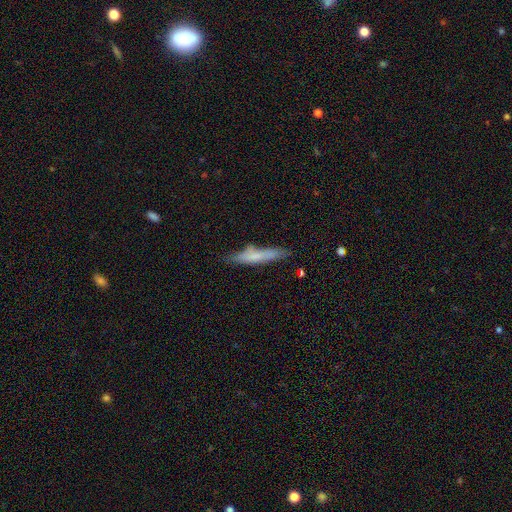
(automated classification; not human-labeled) A smooth galaxy with no disk features (66%) that is cigar-shaped (91%). Merging: none (75%).